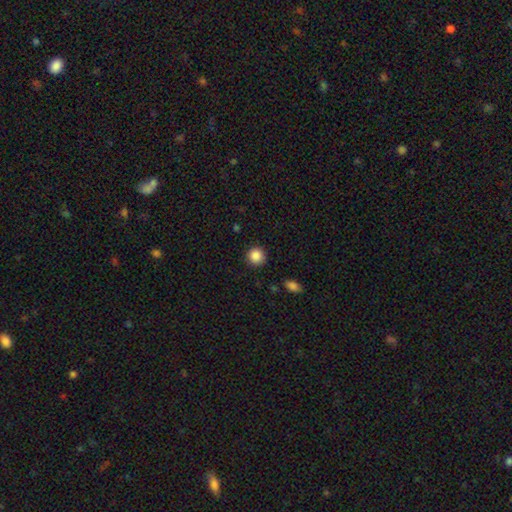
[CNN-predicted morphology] Smooth or featured?
  - smooth: 87% *
  - star or artifact: 10%
  - featured or disk: 3%
How rounded?
  - round: 94% *
  - in between: 5%
  - cigar-shaped: 1%
Merging?
  - none: 90% *
  - minor disturbance: 6%
  - major disturbance: 2%
  - merger: 1%